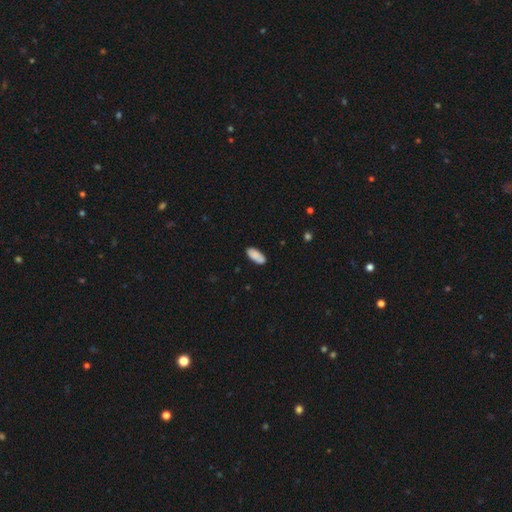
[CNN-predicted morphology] Smooth or featured? smooth (85%)
How rounded? in between (87%)
Merging? none (80%)